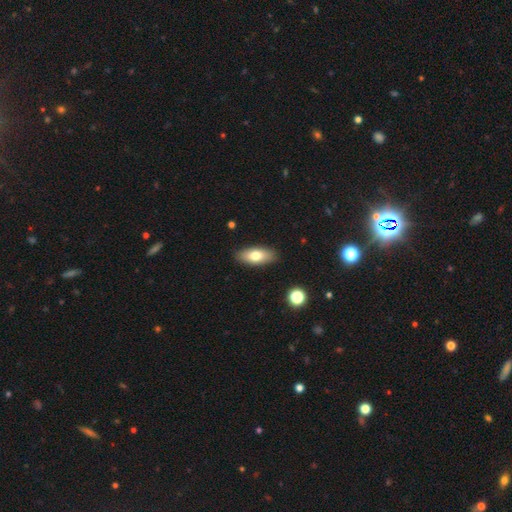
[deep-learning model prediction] Smooth or featured? Predicted: smooth (p=0.75). How rounded? Predicted: in between (p=0.83). Merging? Predicted: none (p=0.88).